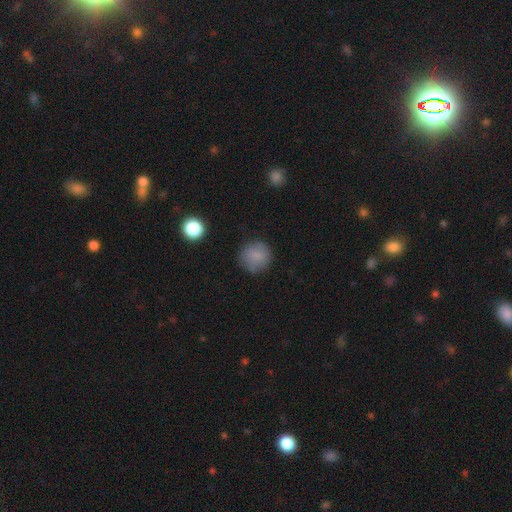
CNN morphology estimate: Smooth or featured: smooth — 82% (star or artifact — 9%)
How rounded: round — 93% (in between — 6%)
Merging: none — 82% (minor disturbance — 13%)